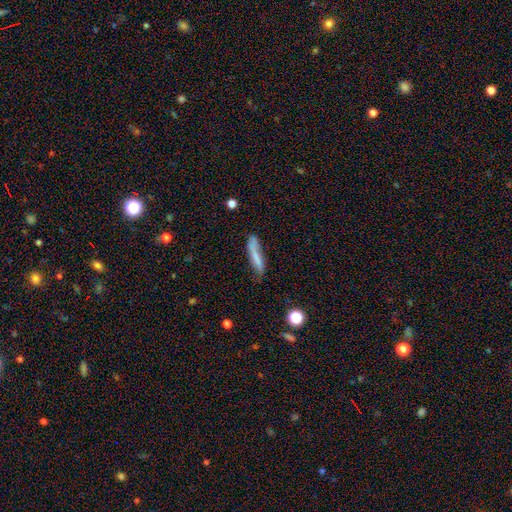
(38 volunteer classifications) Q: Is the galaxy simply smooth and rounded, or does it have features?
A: smooth — 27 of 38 (71%).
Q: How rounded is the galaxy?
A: cigar-shaped — 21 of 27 (78%).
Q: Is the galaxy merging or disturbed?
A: none — 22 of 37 (59%).